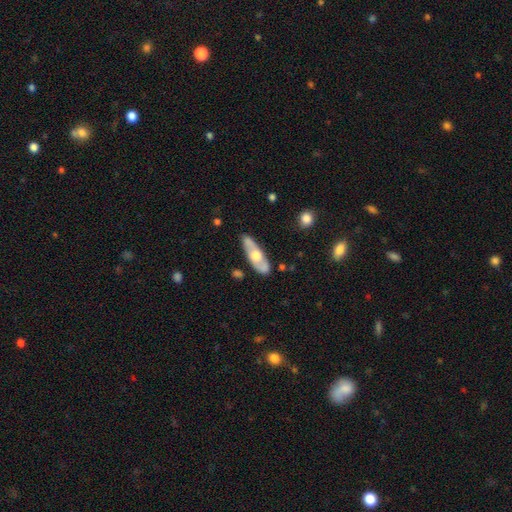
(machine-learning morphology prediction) This is possibly a featured or disk galaxy (54%). It is possibly not viewed edge-on (58%). Merging: likely none (79%).